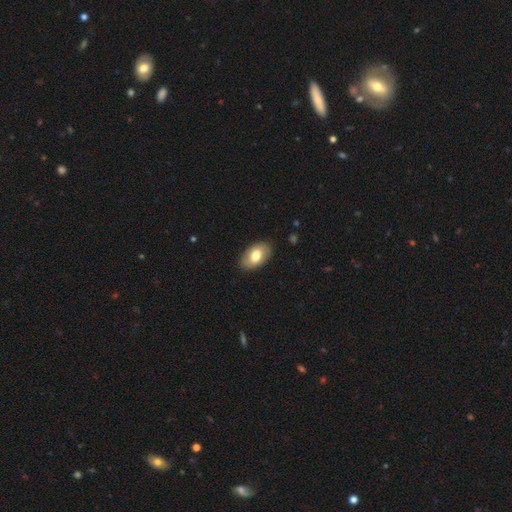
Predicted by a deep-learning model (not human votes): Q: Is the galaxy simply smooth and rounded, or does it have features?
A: smooth — 74%.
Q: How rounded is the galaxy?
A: in between — 93%.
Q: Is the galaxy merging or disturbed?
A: none — 87%.